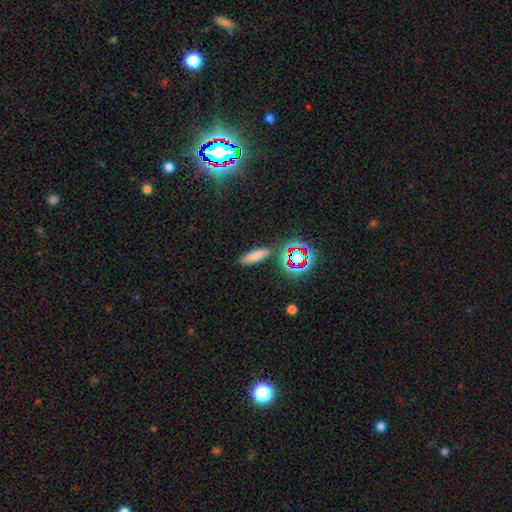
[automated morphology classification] Q: Smooth or featured?
A: smooth (71%); runner-up: star or artifact (19%)
Q: How rounded?
A: cigar-shaped (60%); runner-up: in between (35%)
Q: Merging?
A: none (82%); runner-up: minor disturbance (10%)